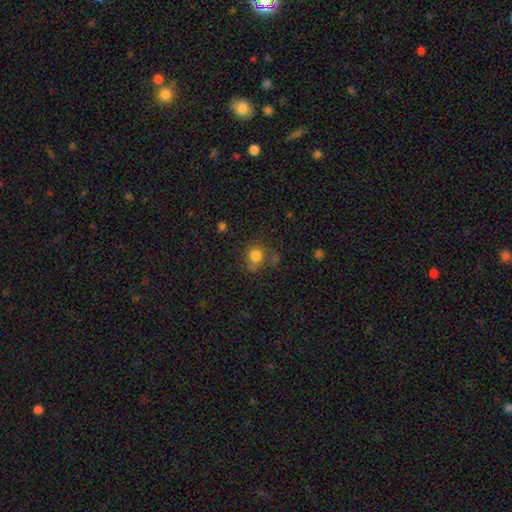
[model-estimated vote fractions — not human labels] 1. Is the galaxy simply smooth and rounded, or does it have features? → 80% smooth, 12% star or artifact, 8% featured or disk.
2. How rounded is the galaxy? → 80% round, 19% in between, 1% cigar-shaped.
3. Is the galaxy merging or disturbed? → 64% none, 19% minor disturbance, 9% major disturbance, 8% merger.